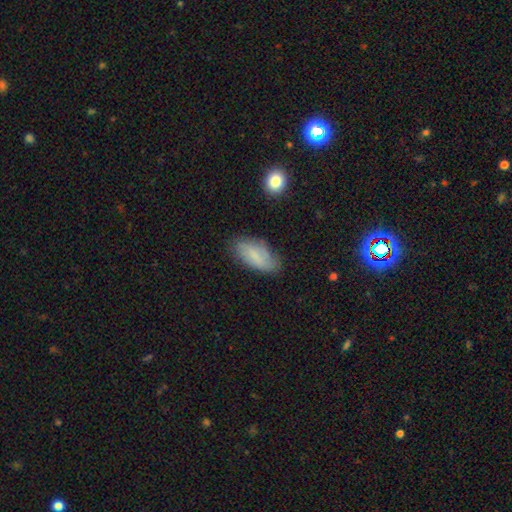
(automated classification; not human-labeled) Overall: smooth (73%). How rounded: in between (88%). Merging: none (73%).